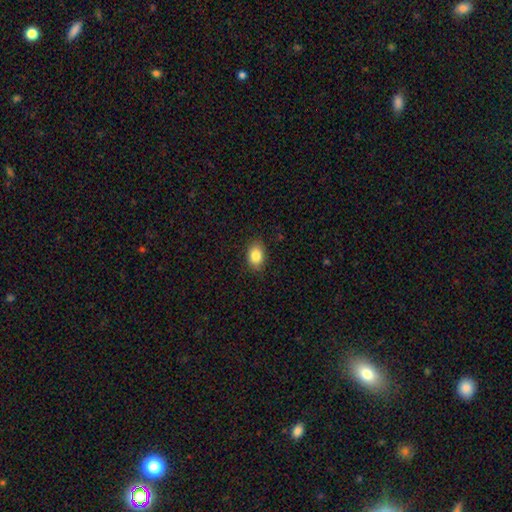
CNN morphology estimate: Smooth or featured: smooth — 85% (star or artifact — 8%)
How rounded: in between — 84% (round — 14%)
Merging: none — 87% (minor disturbance — 10%)